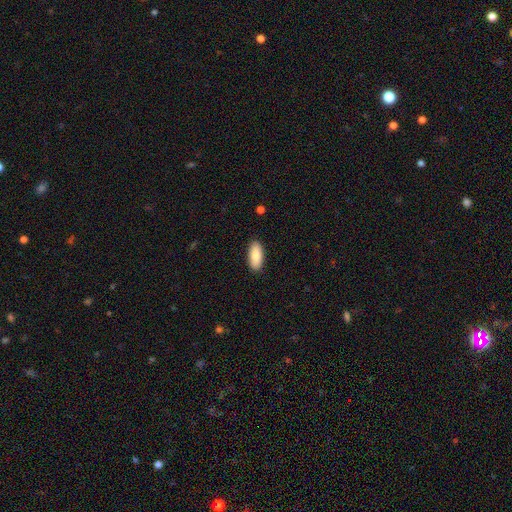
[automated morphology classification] A smooth galaxy with no disk features (85%) that is in between round and cigar-shaped (86%).

Vote fractions:
- Smooth or featured? smooth: 85% / featured or disk: 9% / star or artifact: 6%
- How rounded? in between: 86% / cigar-shaped: 12% / round: 2%
- Merging? none: 90% / minor disturbance: 8% / major disturbance: 2% / merger: 1%